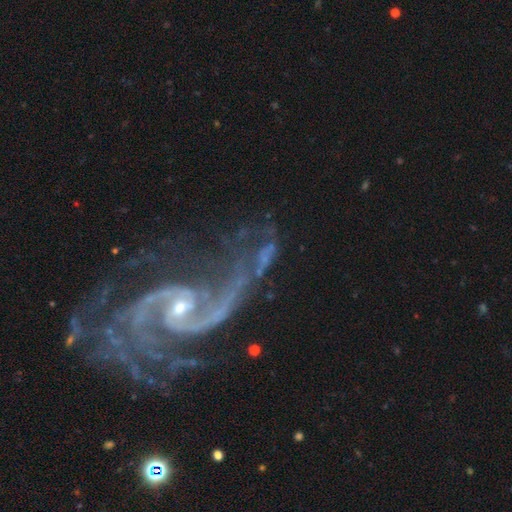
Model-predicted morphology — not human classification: A featured or disk galaxy (92%) with no bar (41%), 2 (70%) medium (49%) spiral arms (98%) and a small central bulge (72%).

Vote fractions:
- Smooth or featured? featured or disk: 92% / star or artifact: 6% / smooth: 2%
- Edge-on disk? no: 98% / yes: 2%
- Bar? no: 41% / weak: 40% / strong: 19%
- Spiral arms? yes: 98% / no: 2%
- Spiral winding? medium: 49% / loose: 32% / tight: 19%
- Spiral arm count? 2: 70% / 3: 8% / can't tell: 7% / 1: 5% / 4: 5% / more than 4: 5%
- Bulge size? small: 72% / moderate: 24% / none: 2% / large: 2% / dominant: 1%
- Merging? none: 38% / major disturbance: 32% / minor disturbance: 20% / merger: 10%